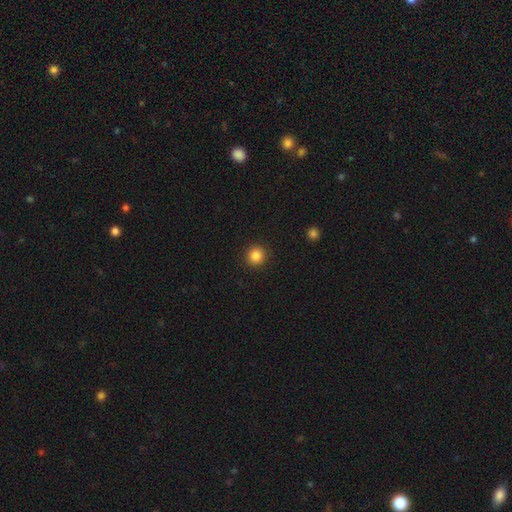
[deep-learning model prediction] Morphology: type=smooth (85%); roundness=round (94%); merging=none (92%).